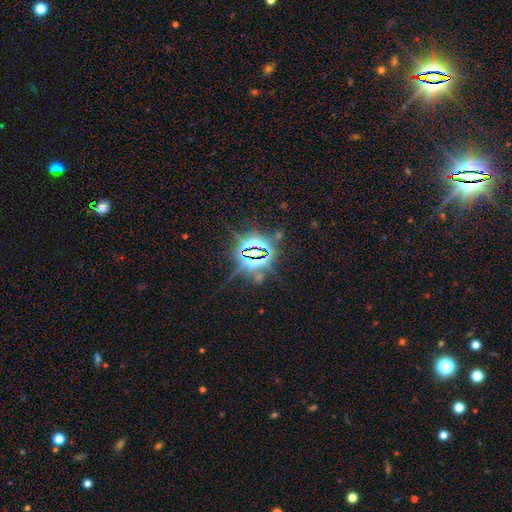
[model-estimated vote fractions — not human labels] Smooth or featured: star or artifact — 83% (featured or disk — 9%)